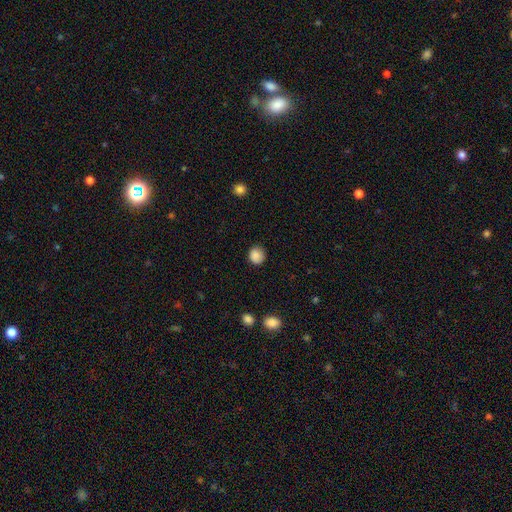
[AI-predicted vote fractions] This appears to be a smooth galaxy with no disk features (87%) that is round (83%). Merging: none (84%).